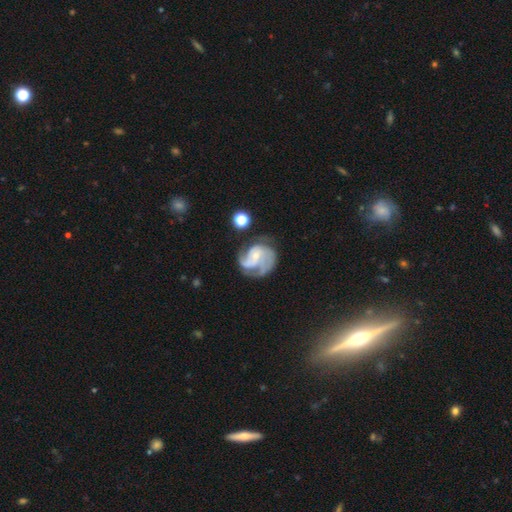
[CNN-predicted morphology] Smooth or featured: featured or disk — 84% (smooth — 10%)
Edge-on disk: no — 98% (yes — 2%)
Bar: no — 59% (weak — 33%)
Spiral arms: yes — 95% (no — 5%)
Spiral winding: medium — 47% (tight — 37%)
Spiral arm count: 3 — 35% (2 — 34%)
Bulge size: small — 68% (moderate — 26%)
Merging: none — 52% (minor disturbance — 22%)